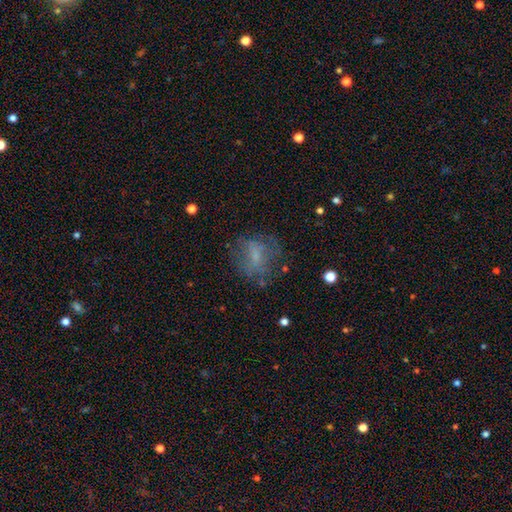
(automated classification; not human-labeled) smooth-or-featured: smooth: 50% | featured or disk: 35% | star or artifact: 15%
  merging: none: 60% | minor disturbance: 20% | major disturbance: 18% | merger: 2%